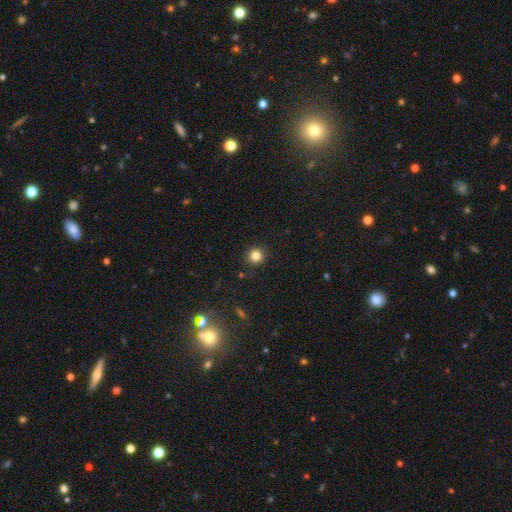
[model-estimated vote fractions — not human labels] Overall: smooth (83%). How rounded: round (94%). Merging: none (92%).